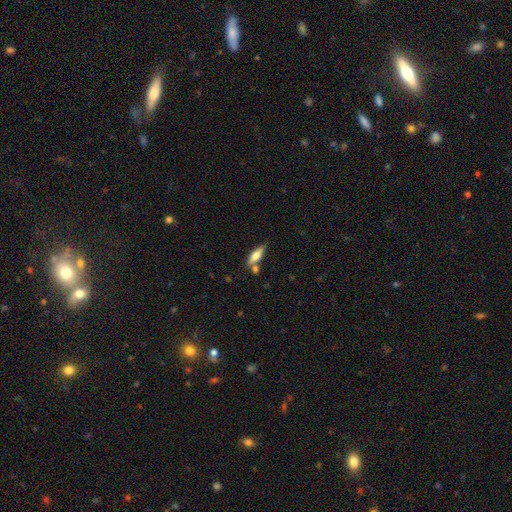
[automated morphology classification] smooth_or_featured: smooth (p=0.59) [alt: featured or disk p=0.34]
how_rounded: cigar-shaped (p=0.53) [alt: in between p=0.45]
merging: none (p=0.67) [alt: merger p=0.15]